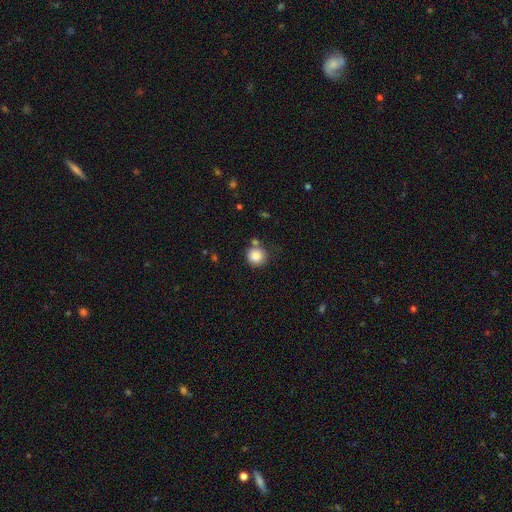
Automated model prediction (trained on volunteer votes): A smooth galaxy with no disk features (86%) that is round (92%).

Vote fractions:
- Smooth or featured? smooth: 86% / star or artifact: 9% / featured or disk: 5%
- How rounded? round: 92% / in between: 7% / cigar-shaped: 1%
- Merging? none: 72% / minor disturbance: 12% / merger: 12% / major disturbance: 4%